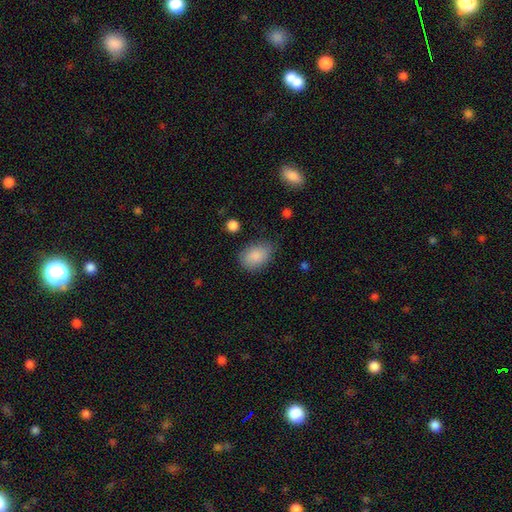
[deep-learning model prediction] A smooth galaxy with no disk features (87%) that is in between round and cigar-shaped (81%). Merging: none (75%).